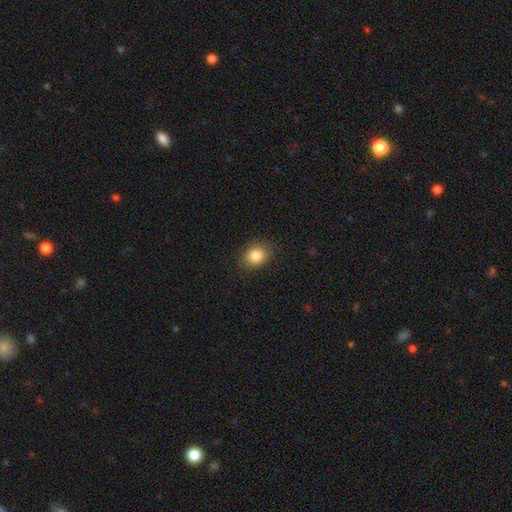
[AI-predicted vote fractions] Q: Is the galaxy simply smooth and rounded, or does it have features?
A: smooth — 85%.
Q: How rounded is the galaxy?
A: round — 59%.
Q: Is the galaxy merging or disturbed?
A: none — 85%.